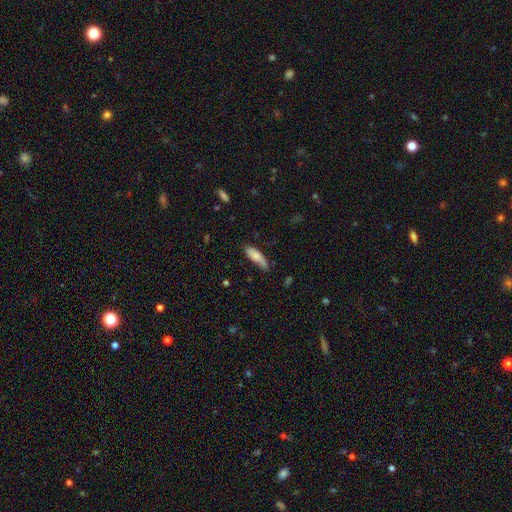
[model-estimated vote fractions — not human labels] A smooth galaxy with no disk features (75%) that is in between round and cigar-shaped (52%).

Vote fractions:
- Smooth or featured? smooth: 75% / featured or disk: 19% / star or artifact: 6%
- How rounded? in between: 52% / cigar-shaped: 46% / round: 2%
- Merging? none: 56% / minor disturbance: 33% / major disturbance: 9% / merger: 3%